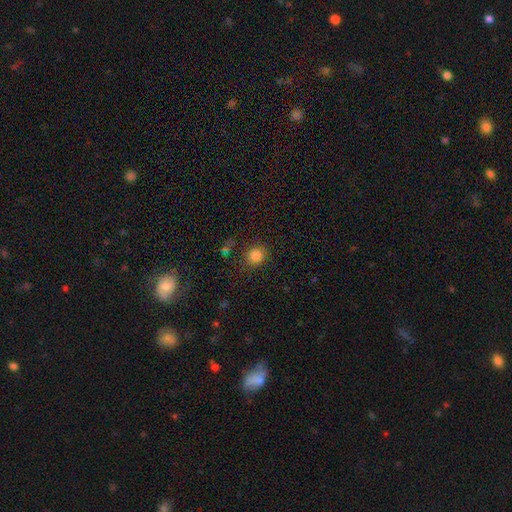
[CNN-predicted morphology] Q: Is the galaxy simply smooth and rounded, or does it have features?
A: smooth — 82%.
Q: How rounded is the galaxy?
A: round — 83%.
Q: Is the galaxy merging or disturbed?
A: none — 80%.